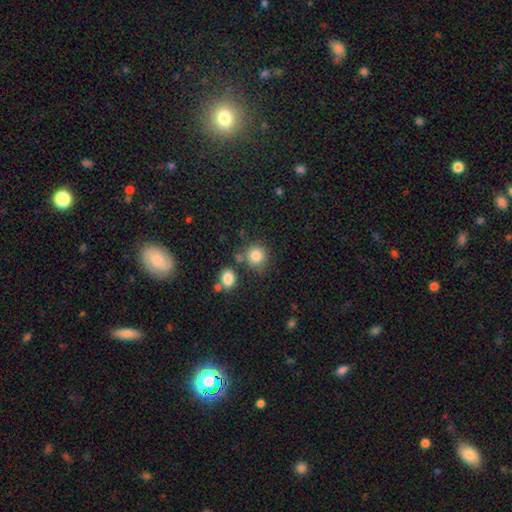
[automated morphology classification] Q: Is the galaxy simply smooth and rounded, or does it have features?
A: smooth — 84%.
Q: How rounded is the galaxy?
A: round — 88%.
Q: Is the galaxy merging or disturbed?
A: none — 70%.